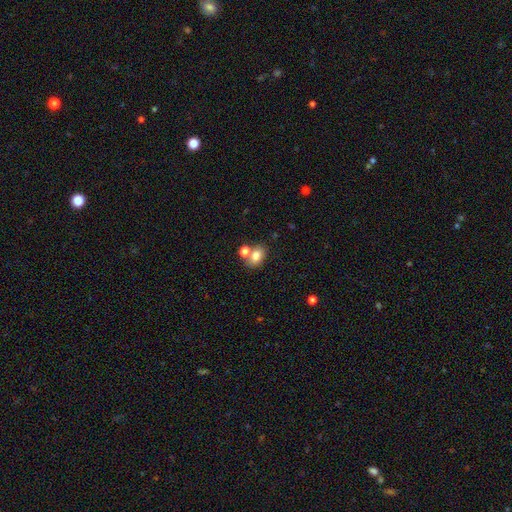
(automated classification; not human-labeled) Smooth or featured? smooth (78%)
How rounded? in between (66%)
Merging? none (52%)